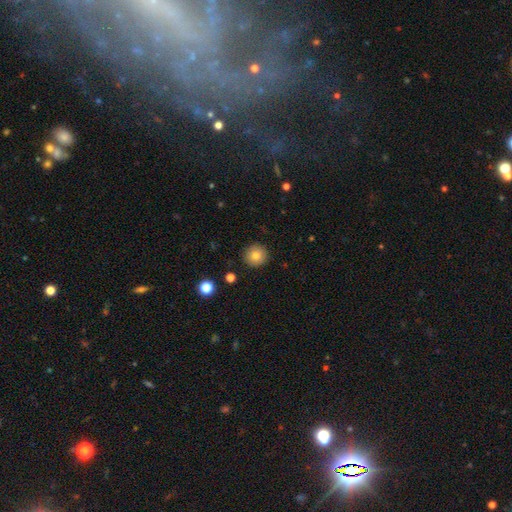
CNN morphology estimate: smooth-or-featured: smooth: 81% | star or artifact: 10% | featured or disk: 9%
  how-rounded: round: 95% | in between: 4% | cigar-shaped: 1%
  merging: none: 91% | minor disturbance: 6% | major disturbance: 2% | merger: 1%